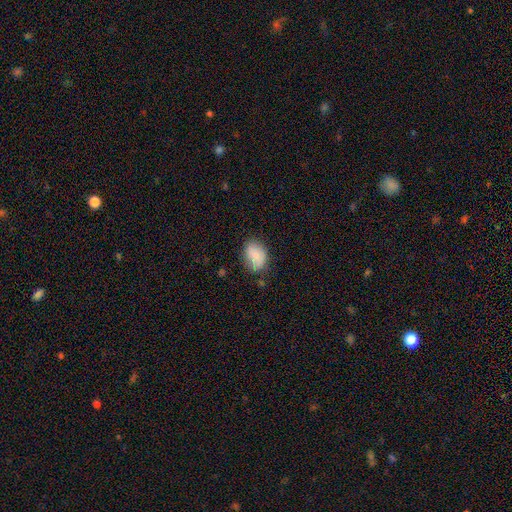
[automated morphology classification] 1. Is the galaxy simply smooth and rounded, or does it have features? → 83% smooth, 10% featured or disk, 7% star or artifact.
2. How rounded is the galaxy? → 80% in between, 19% round, 1% cigar-shaped.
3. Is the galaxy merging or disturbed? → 72% none, 21% minor disturbance, 5% major disturbance, 2% merger.